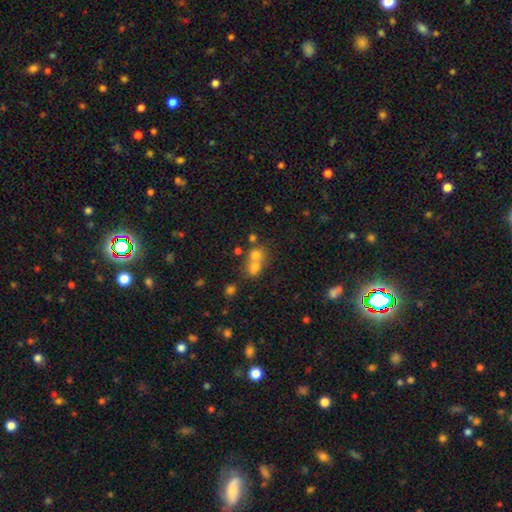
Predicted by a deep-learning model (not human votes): This is likely a smooth galaxy (68%). How rounded: likely round (68%). Merging: likely merger (63%).